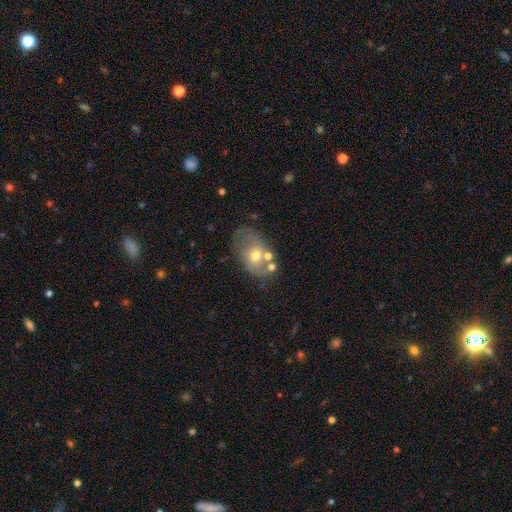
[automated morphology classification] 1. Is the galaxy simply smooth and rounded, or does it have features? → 49% featured or disk, 41% smooth, 10% star or artifact.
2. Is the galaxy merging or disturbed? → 49% none, 24% minor disturbance, 14% merger, 13% major disturbance.